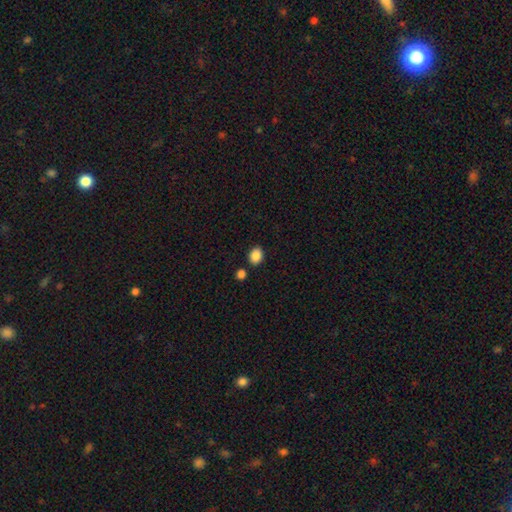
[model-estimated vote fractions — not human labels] Smooth or featured: smooth — 88% (star or artifact — 9%)
How rounded: in between — 64% (round — 35%)
Merging: none — 82% (minor disturbance — 9%)